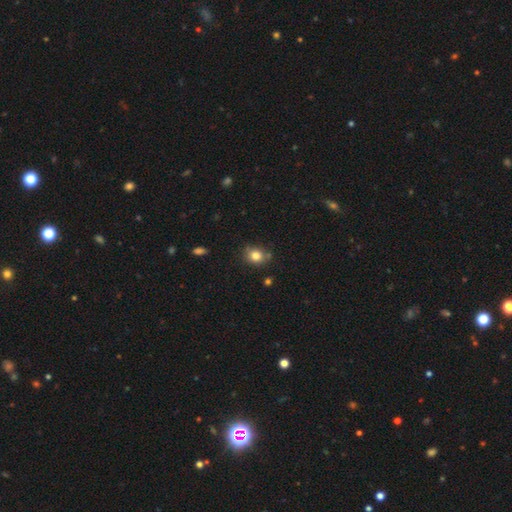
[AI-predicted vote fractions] This is clearly a smooth galaxy (82%). How rounded: likely round (63%). Merging: likely none (74%).